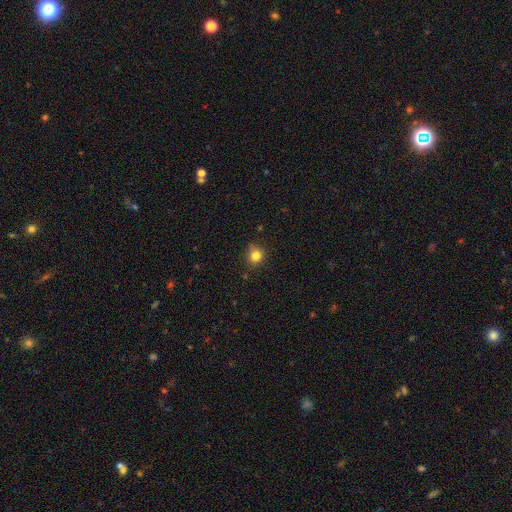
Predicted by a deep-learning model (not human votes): Smooth or featured? Predicted: smooth (p=0.82). How rounded? Predicted: round (p=0.87). Merging? Predicted: none (p=0.82).